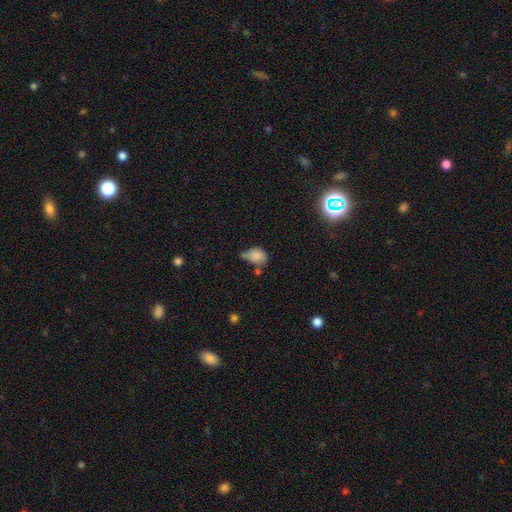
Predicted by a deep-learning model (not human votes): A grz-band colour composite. It shows a smooth galaxy with no disk features (81%) that is in between round and cigar-shaped (55%). Merging: none (41%).